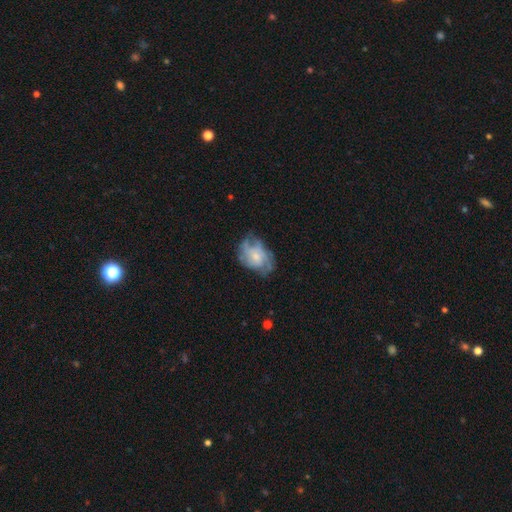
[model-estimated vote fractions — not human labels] Smooth or featured? Predicted: featured or disk (p=0.68). Edge-on disk? Predicted: no (p=0.97). Bar? Predicted: no (p=0.74). Spiral arms? Predicted: yes (p=0.82). Spiral winding? Predicted: medium (p=0.43). Spiral arm count? Predicted: can't tell (p=0.39). Bulge size? Predicted: small (p=0.47). Merging? Predicted: none (p=0.57).